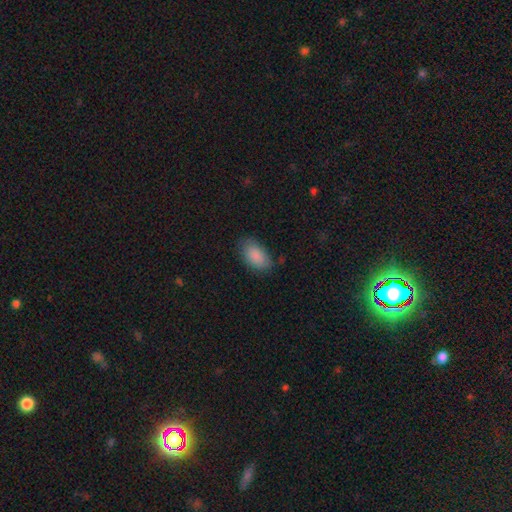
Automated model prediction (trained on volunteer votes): smooth_or_featured: smooth (p=0.88) [alt: star or artifact p=0.06]
how_rounded: in between (p=0.93) [alt: round p=0.05]
merging: none (p=0.78) [alt: minor disturbance p=0.17]